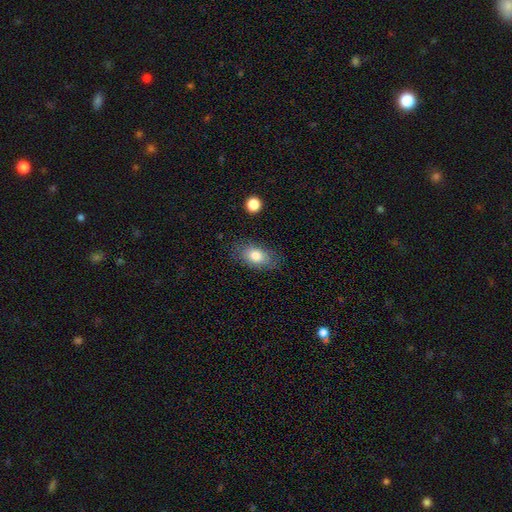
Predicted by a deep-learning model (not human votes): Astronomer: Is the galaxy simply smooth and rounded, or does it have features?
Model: smooth — 78%.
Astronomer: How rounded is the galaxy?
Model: in between — 86%.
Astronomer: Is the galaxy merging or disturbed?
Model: none — 77%.